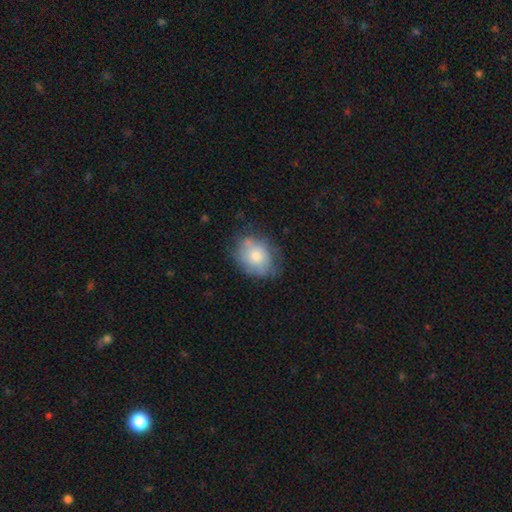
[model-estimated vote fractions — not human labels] A smooth galaxy with no disk features (64%) that is in between round and cigar-shaped (60%).

Vote fractions:
- Smooth or featured? smooth: 64% / featured or disk: 28% / star or artifact: 8%
- How rounded? in between: 60% / round: 39% / cigar-shaped: 1%
- Merging? none: 55% / minor disturbance: 30% / major disturbance: 11% / merger: 4%